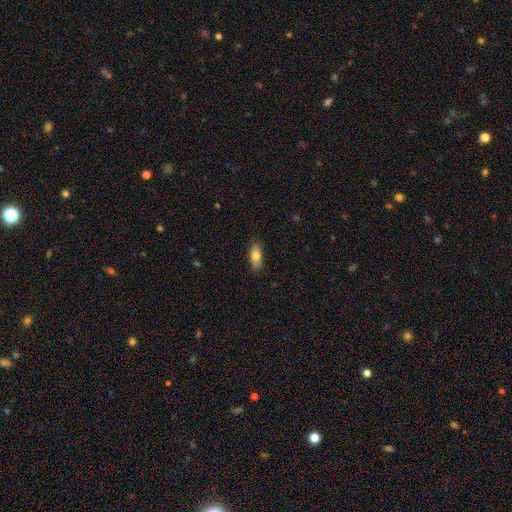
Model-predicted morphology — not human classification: Smooth or featured?
  - smooth: 76% *
  - featured or disk: 17%
  - star or artifact: 7%
How rounded?
  - in between: 81% *
  - cigar-shaped: 15%
  - round: 4%
Merging?
  - none: 82% *
  - minor disturbance: 14%
  - major disturbance: 3%
  - merger: 1%